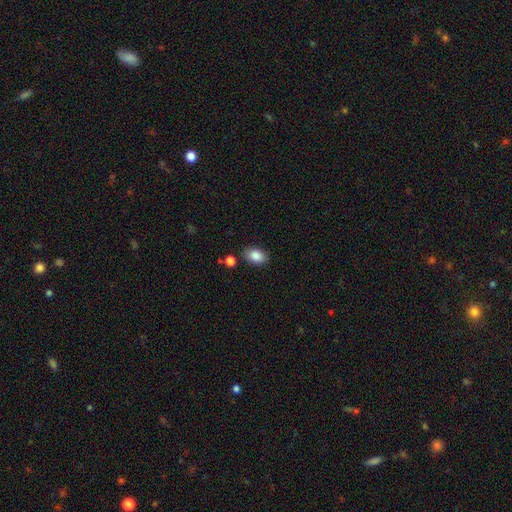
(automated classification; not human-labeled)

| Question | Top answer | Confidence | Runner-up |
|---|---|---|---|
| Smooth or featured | smooth | 87% | star or artifact (8%) |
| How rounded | in between | 88% | round (11%) |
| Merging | none | 83% | minor disturbance (10%) |